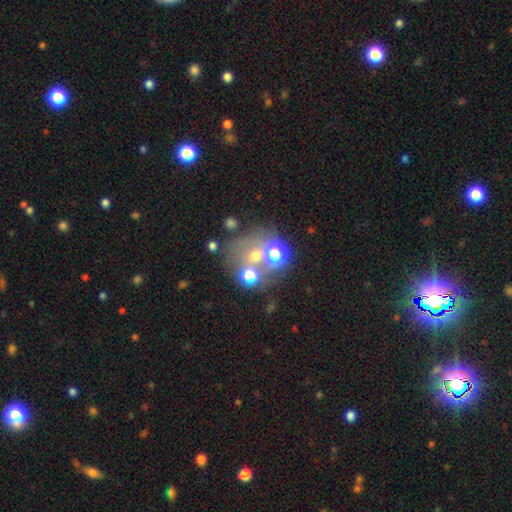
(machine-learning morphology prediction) Q: Smooth or featured?
A: smooth (48%); runner-up: star or artifact (29%)
Q: Merging?
A: none (47%); runner-up: merger (34%)